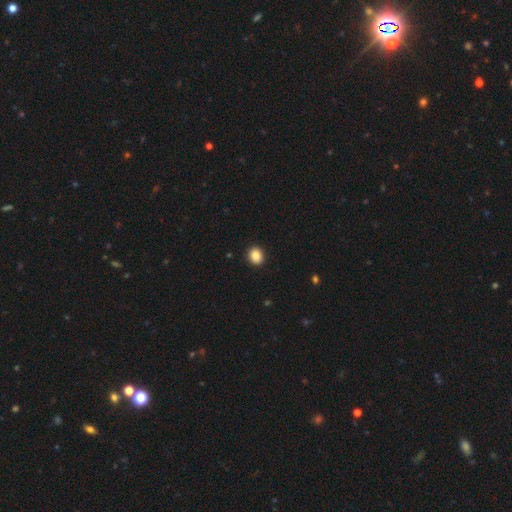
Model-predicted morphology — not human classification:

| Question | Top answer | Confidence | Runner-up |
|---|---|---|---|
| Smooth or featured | smooth | 88% | star or artifact (9%) |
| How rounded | round | 68% | in between (31%) |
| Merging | none | 92% | minor disturbance (6%) |